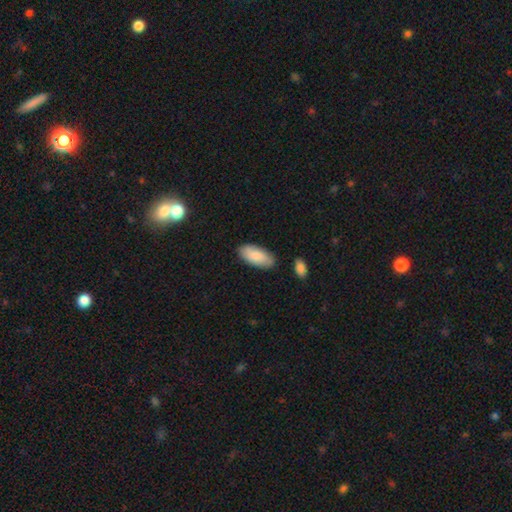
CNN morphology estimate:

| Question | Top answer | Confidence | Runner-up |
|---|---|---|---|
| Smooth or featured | smooth | 83% | featured or disk (11%) |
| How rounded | in between | 92% | cigar-shaped (6%) |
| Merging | none | 83% | minor disturbance (12%) |